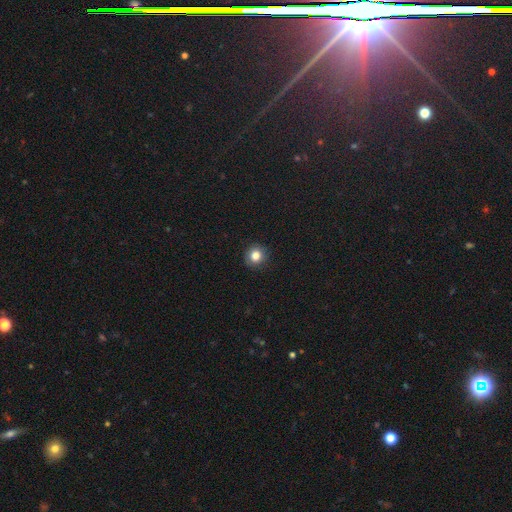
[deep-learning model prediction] This is clearly a smooth galaxy (82%). How rounded: clearly round (91%). Merging: clearly none (90%).